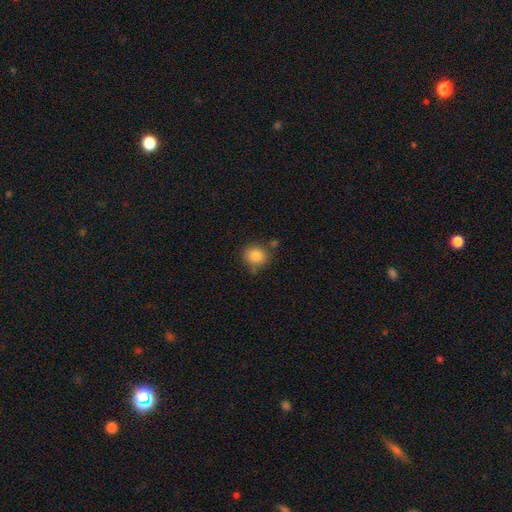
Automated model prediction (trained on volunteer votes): This is clearly a smooth galaxy (84%). How rounded: clearly round (81%). Merging: likely none (74%).